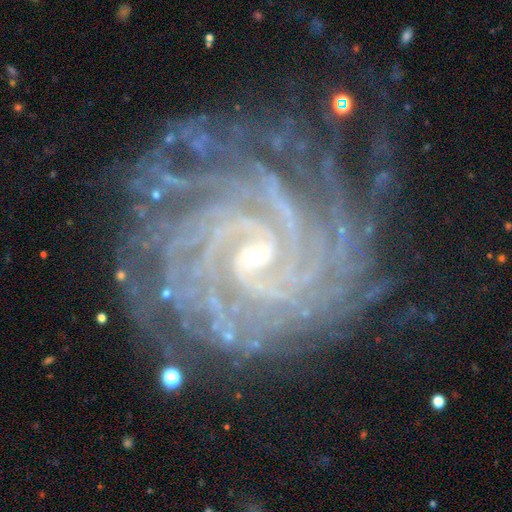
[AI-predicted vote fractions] Smooth or featured? Predicted: featured or disk (p=0.92). Edge-on disk? Predicted: no (p=0.98). Bar? Predicted: weak (p=0.44). Spiral arms? Predicted: yes (p=0.99). Spiral winding? Predicted: tight (p=0.83). Spiral arm count? Predicted: more than 4 (p=0.28). Bulge size? Predicted: small (p=0.74). Merging? Predicted: none (p=0.75).